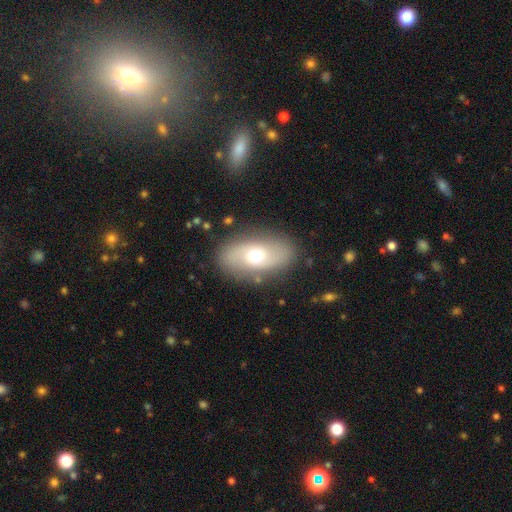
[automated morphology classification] type=featured or disk (49%); merging=none (83%).